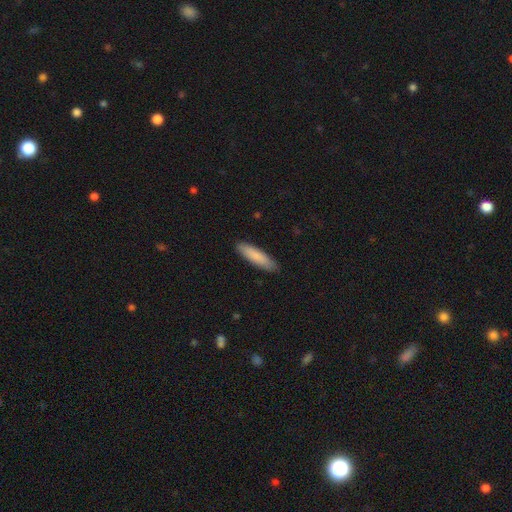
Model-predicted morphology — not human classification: Smooth or featured? smooth (86%)
How rounded? cigar-shaped (70%)
Merging? none (89%)